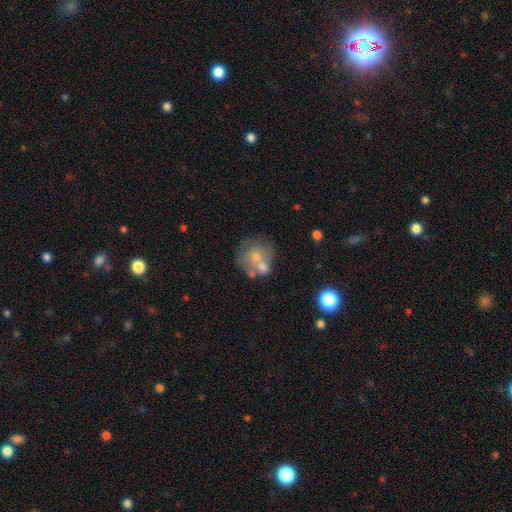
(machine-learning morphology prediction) Overall: smooth (52%; featured or disk 39%). How rounded: round (78%). Merging: merger (38%; none 37%).